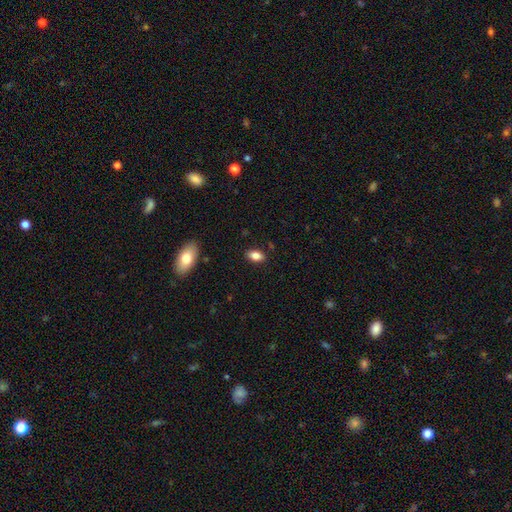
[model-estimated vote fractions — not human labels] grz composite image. It shows a smooth galaxy with no disk features (84%) that is in between round and cigar-shaped (89%). Merging: none (87%).